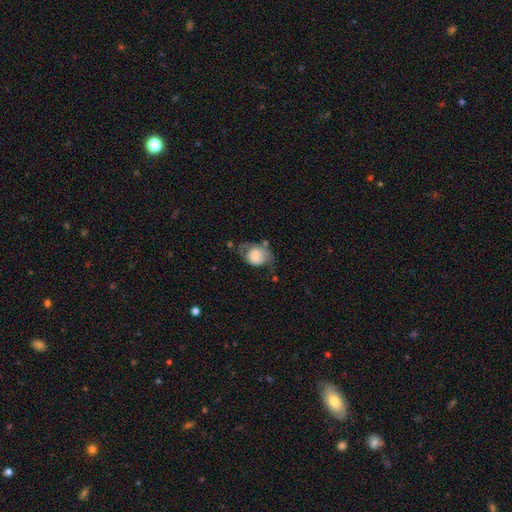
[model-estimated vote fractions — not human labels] Morphology: type=smooth (53%); roundness=in between (62%); merging=none (38%).